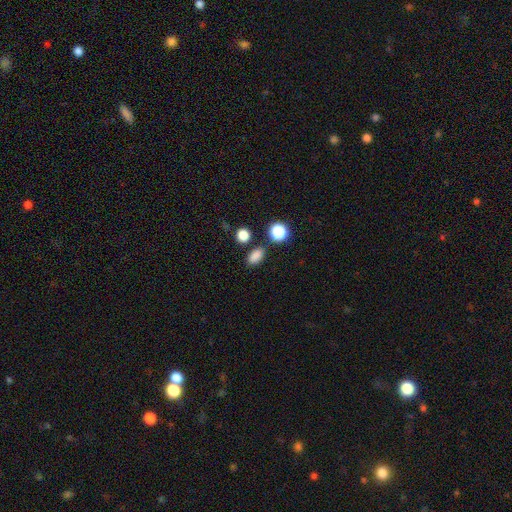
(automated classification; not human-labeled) Smooth or featured? Predicted: smooth (p=0.83). How rounded? Predicted: in between (p=0.78). Merging? Predicted: none (p=0.79).